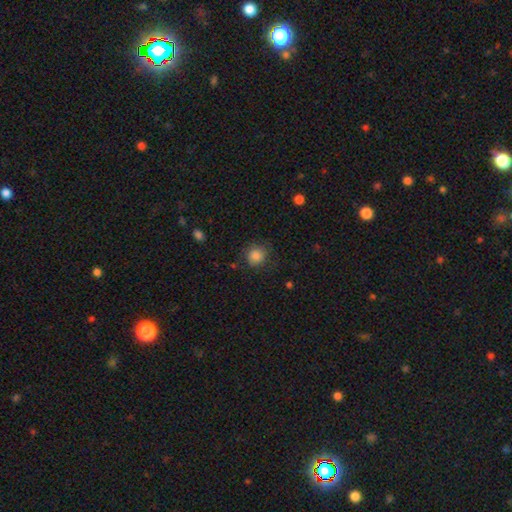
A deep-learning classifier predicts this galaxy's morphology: This appears to be a smooth galaxy with no disk features (85%) that is round (84%). Merging: none (77%).